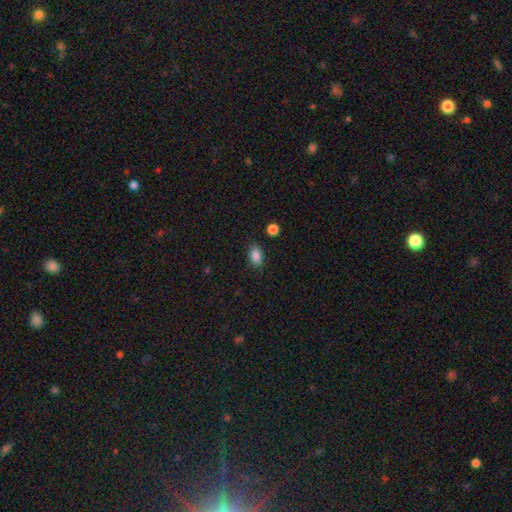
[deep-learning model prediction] Overall: smooth (87%). How rounded: in between (84%). Merging: none (82%).